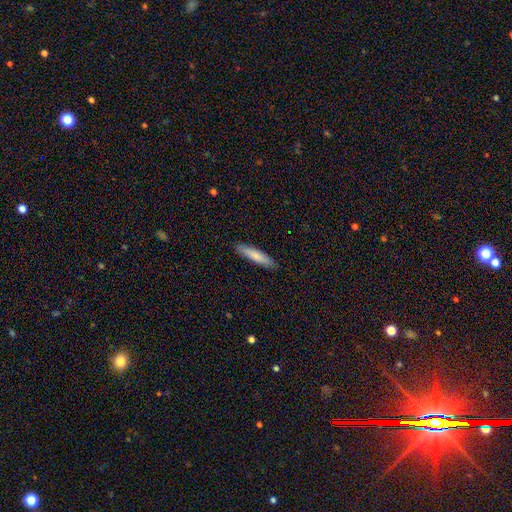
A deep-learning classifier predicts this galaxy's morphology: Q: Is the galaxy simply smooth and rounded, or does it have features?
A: smooth — 79%.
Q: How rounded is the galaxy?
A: cigar-shaped — 84%.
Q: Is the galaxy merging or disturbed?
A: none — 89%.